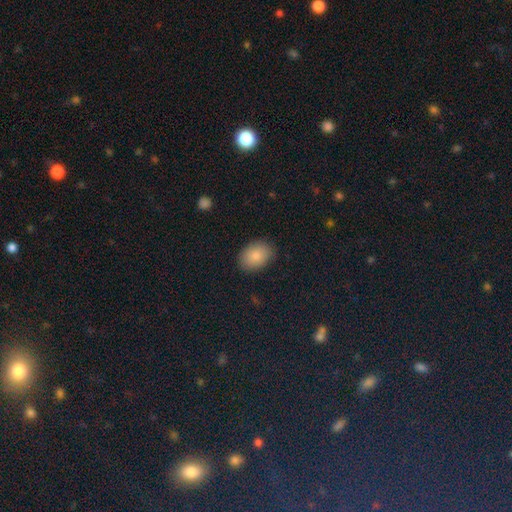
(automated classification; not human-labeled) A smooth galaxy with no disk features (85%) that is in between round and cigar-shaped (78%). Merging: none (86%).